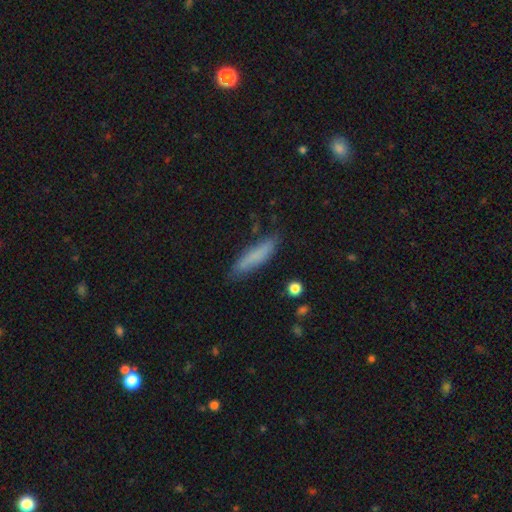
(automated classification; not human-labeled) Overall: smooth (77%). How rounded: cigar-shaped (82%). Merging: none (78%).